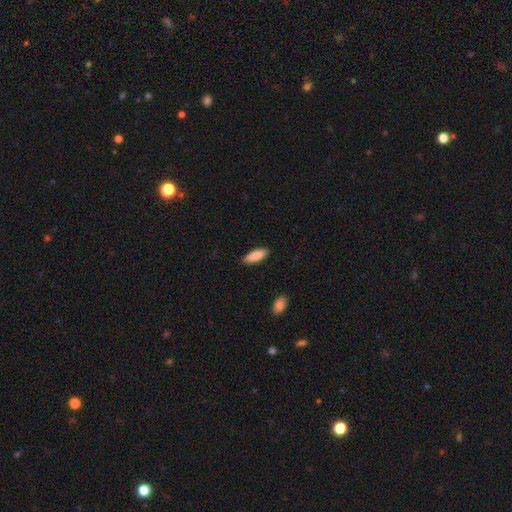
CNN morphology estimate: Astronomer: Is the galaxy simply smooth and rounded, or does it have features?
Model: smooth — 88%.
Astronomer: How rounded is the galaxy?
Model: in between — 66%.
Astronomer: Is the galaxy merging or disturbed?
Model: none — 87%.